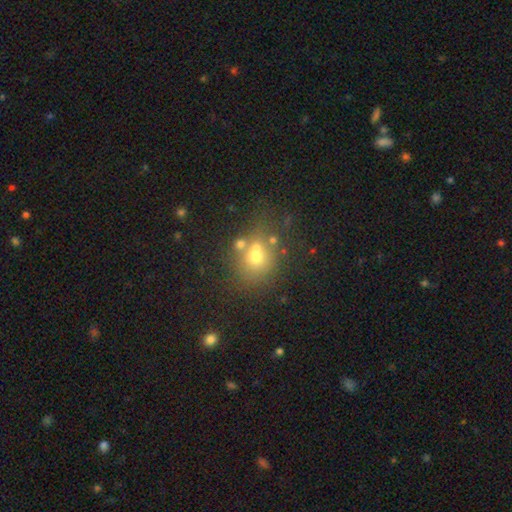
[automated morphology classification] A smooth galaxy with no disk features (61%) that is round (75%). Merging: none (51%).